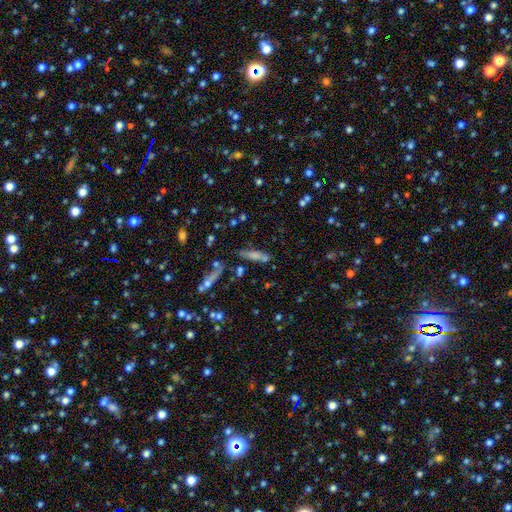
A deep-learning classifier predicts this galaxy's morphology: This is likely a smooth galaxy (66%). How rounded: likely cigar-shaped (69%). Merging: likely none (63%).